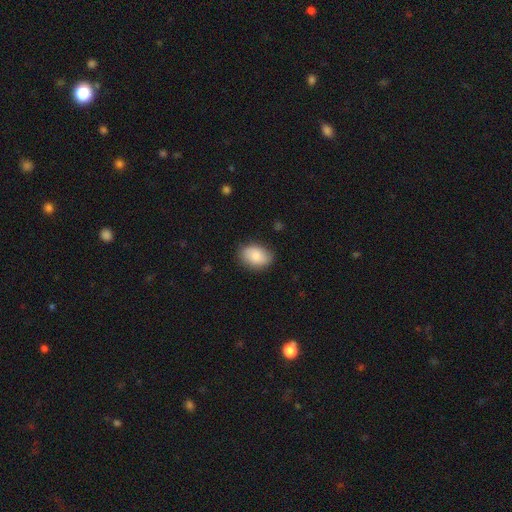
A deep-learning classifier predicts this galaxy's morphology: Smooth or featured? smooth (81%)
How rounded? in between (82%)
Merging? none (81%)